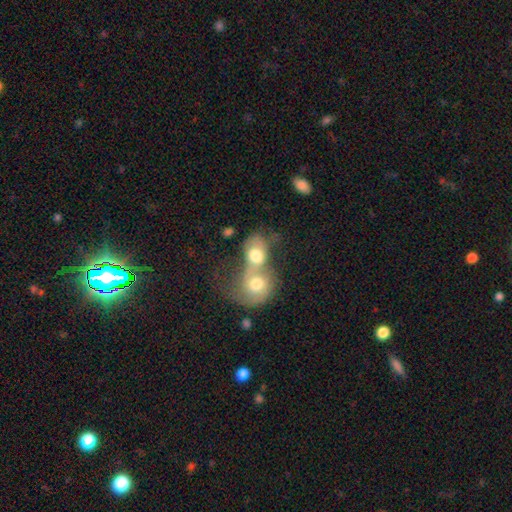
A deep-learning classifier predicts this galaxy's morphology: A smooth galaxy with no disk features (56%) that is in between round and cigar-shaped (52%).

Vote fractions:
- Smooth or featured? smooth: 56% / featured or disk: 37% / star or artifact: 8%
- How rounded? in between: 52% / round: 46% / cigar-shaped: 2%
- Merging? merger: 81% / none: 8% / major disturbance: 6% / minor disturbance: 4%